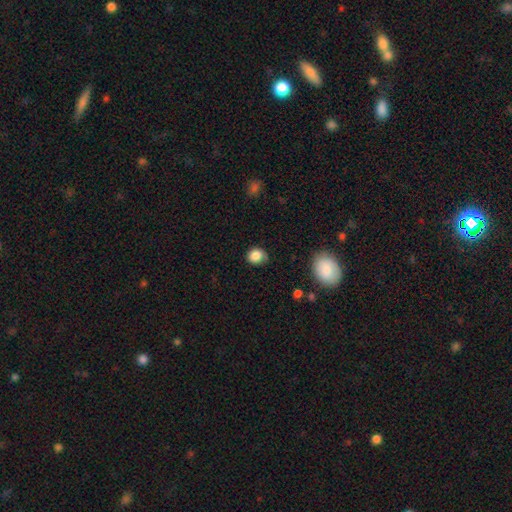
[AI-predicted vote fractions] Q: Smooth or featured?
A: smooth (84%); runner-up: star or artifact (9%)
Q: How rounded?
A: round (71%); runner-up: in between (28%)
Q: Merging?
A: none (64%); runner-up: minor disturbance (28%)